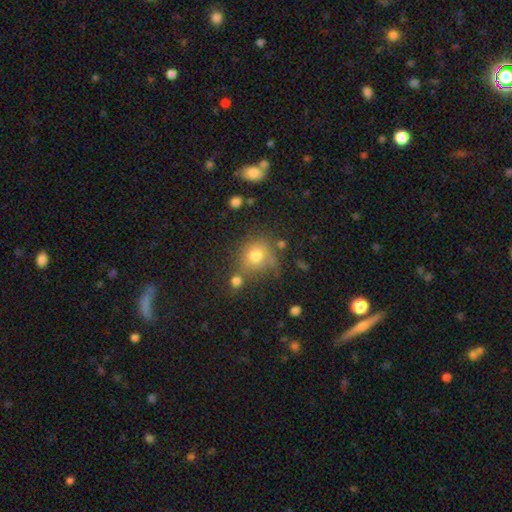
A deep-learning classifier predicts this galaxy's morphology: Q: Smooth or featured?
A: smooth (75%); runner-up: star or artifact (14%)
Q: How rounded?
A: round (81%); runner-up: in between (18%)
Q: Merging?
A: none (63%); runner-up: minor disturbance (16%)